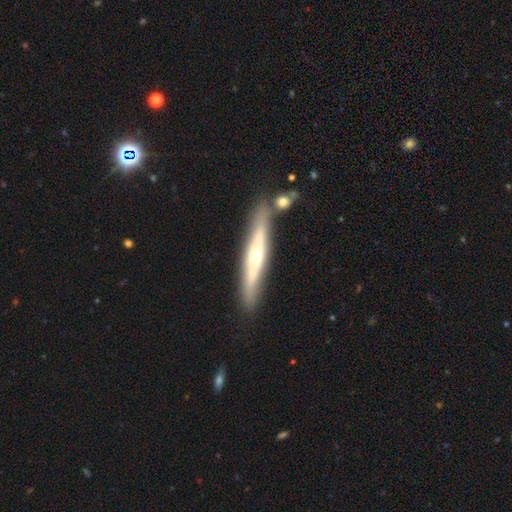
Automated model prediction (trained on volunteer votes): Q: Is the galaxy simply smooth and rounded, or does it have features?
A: featured or disk — 66%.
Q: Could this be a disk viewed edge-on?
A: yes — 84%.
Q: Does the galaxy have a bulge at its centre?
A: rounded — 81%.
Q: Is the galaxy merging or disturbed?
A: none — 77%.